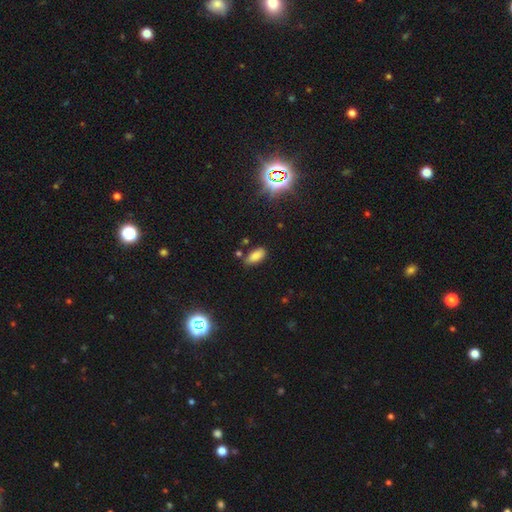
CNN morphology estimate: Overall: smooth (80%). How rounded: in between (89%). Merging: none (72%).